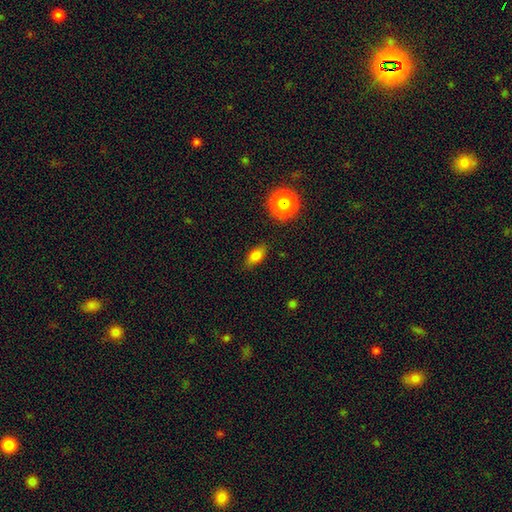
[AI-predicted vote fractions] A smooth galaxy with no disk features (76%) that is in between round and cigar-shaped (82%). Merging: none (84%).